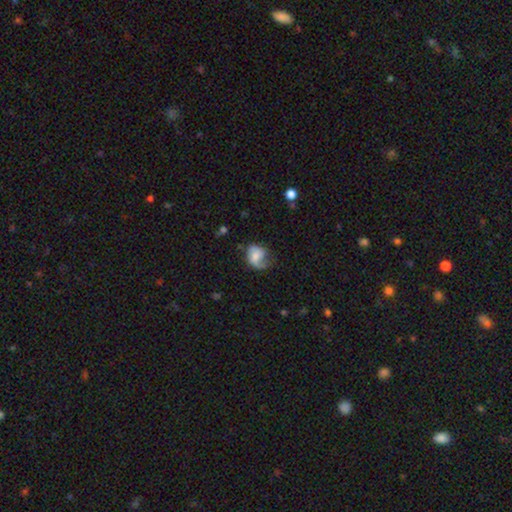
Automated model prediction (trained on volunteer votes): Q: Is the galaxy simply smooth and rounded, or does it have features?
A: featured or disk — 48%.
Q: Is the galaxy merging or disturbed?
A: none — 38%.